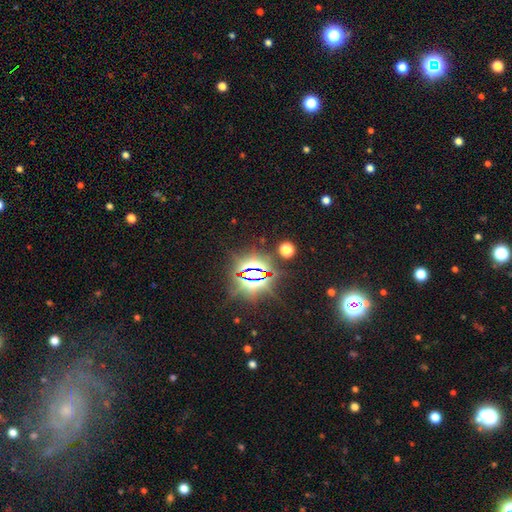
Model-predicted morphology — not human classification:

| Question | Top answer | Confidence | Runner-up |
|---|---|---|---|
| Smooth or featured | star or artifact | 65% | featured or disk (21%) |